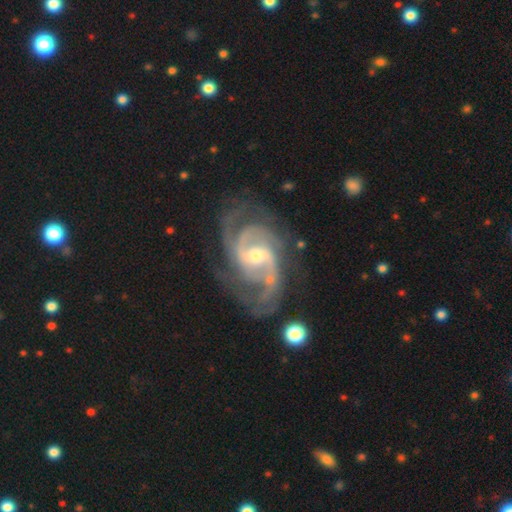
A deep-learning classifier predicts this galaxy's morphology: Smooth or featured: featured or disk — 93% (star or artifact — 4%)
Edge-on disk: no — 98% (yes — 2%)
Bar: weak — 50% (no — 27%)
Spiral arms: yes — 98% (no — 2%)
Spiral winding: medium — 55% (tight — 32%)
Spiral arm count: 2 — 53% (3 — 24%)
Bulge size: moderate — 52% (small — 44%)
Merging: none — 66% (minor disturbance — 19%)